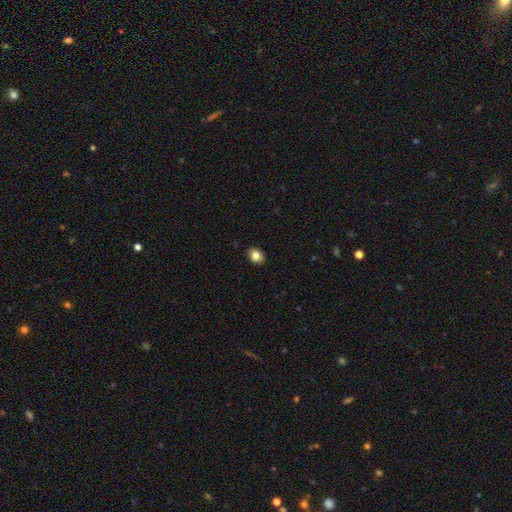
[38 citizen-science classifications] Morphology: type=smooth (87%); roundness=in between (52%); merging=none (80%).